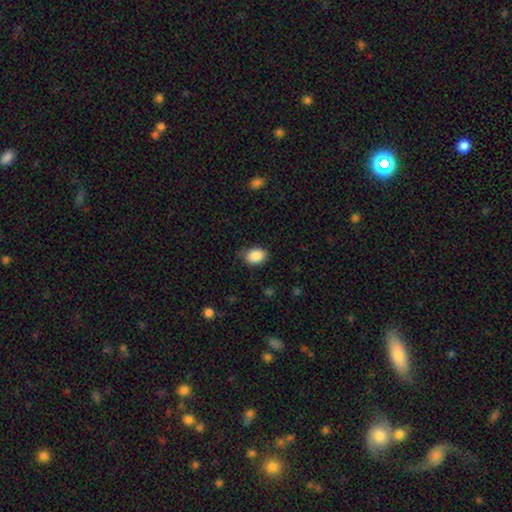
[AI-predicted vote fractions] Overall: smooth (88%). How rounded: in between (73%). Merging: none (75%).